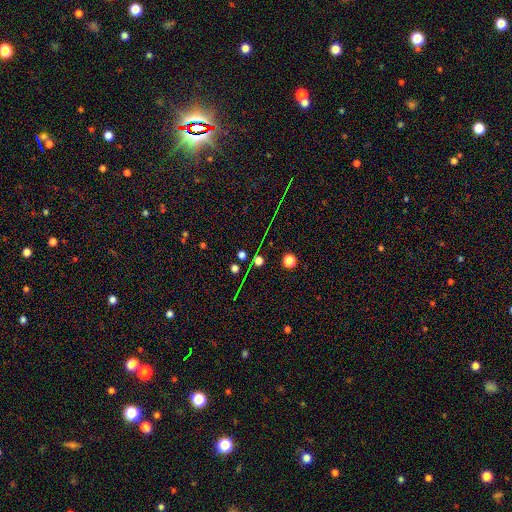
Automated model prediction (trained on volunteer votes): This appears to be a star or artifact, not a galaxy (82%).